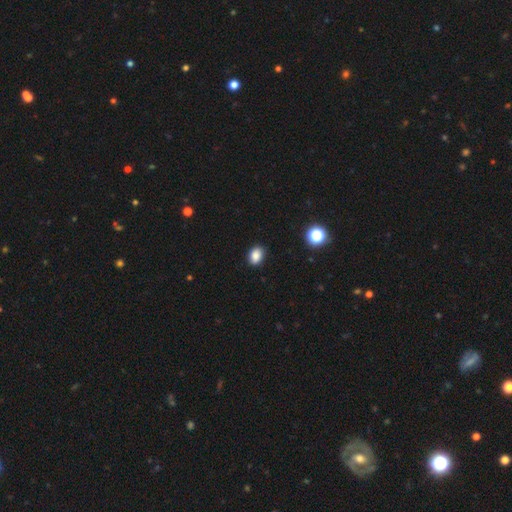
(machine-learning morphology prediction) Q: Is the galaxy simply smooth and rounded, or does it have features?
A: smooth — 86%.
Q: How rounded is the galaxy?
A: in between — 72%.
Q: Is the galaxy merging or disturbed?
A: none — 90%.